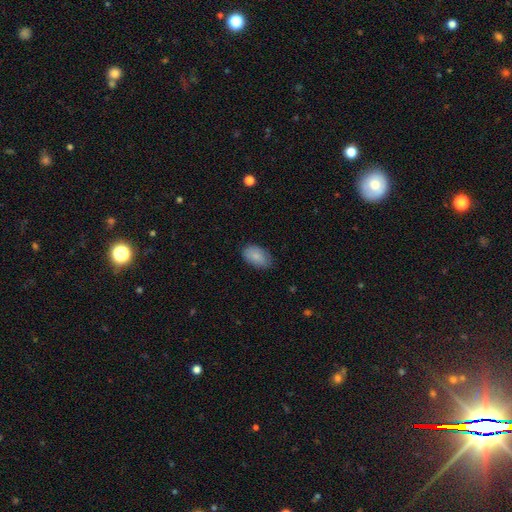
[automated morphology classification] Smooth or featured? smooth (85%)
How rounded? in between (92%)
Merging? none (77%)